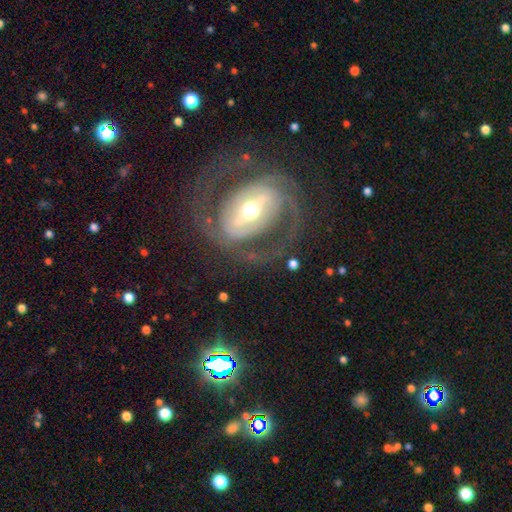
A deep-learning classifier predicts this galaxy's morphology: This is likely a featured or disk galaxy (79%). It is clearly not viewed edge-on (94%). Bar: possibly strong (51%). Spiral arm pattern: likely yes (71%). Spiral arm count: likely 2 (78%). Spiral winding: marginally medium (42%). Central bulge: possibly moderate (54%). Merging: likely none (70%).